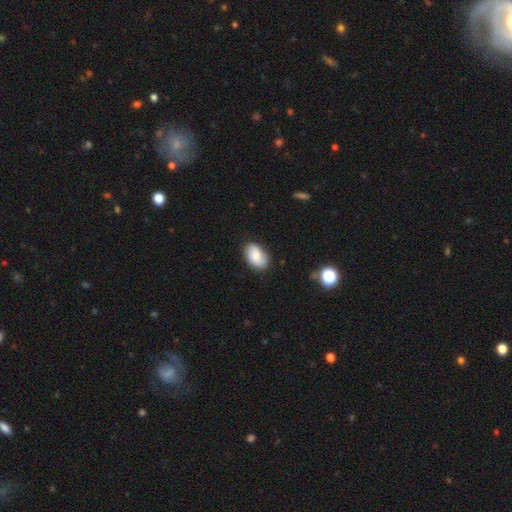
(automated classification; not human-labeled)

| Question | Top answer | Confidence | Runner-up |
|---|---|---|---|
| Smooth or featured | smooth | 65% | featured or disk (27%) |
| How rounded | in between | 89% | round (10%) |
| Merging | none | 78% | minor disturbance (17%) |